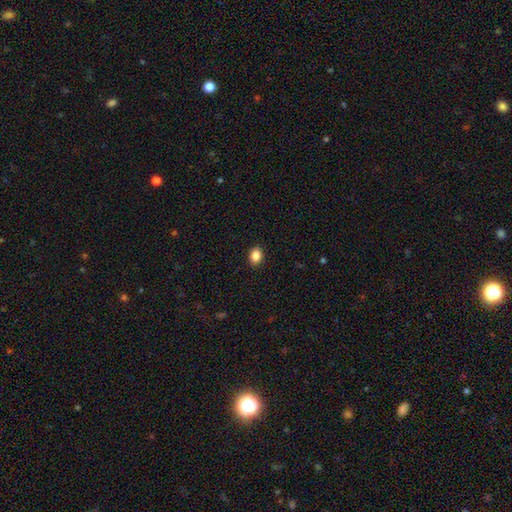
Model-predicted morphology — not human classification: A smooth galaxy with no disk features (86%) that is in between round and cigar-shaped (59%). Merging: none (90%).